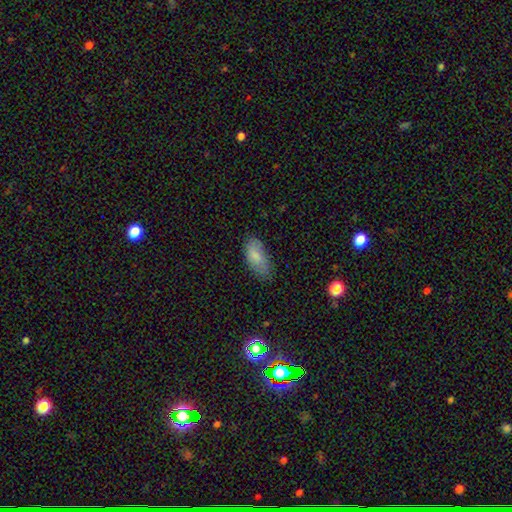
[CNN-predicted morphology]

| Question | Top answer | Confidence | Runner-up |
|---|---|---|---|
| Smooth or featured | smooth | 81% | featured or disk (12%) |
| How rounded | in between | 90% | cigar-shaped (8%) |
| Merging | none | 65% | minor disturbance (27%) |